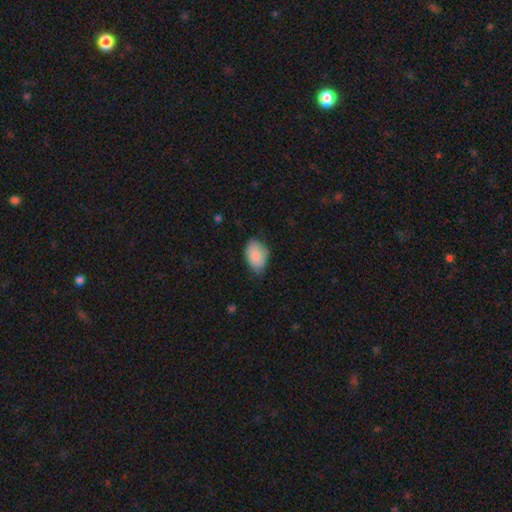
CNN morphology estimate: Overall: smooth (84%). How rounded: in between (87%). Merging: none (66%; minor disturbance 29%).